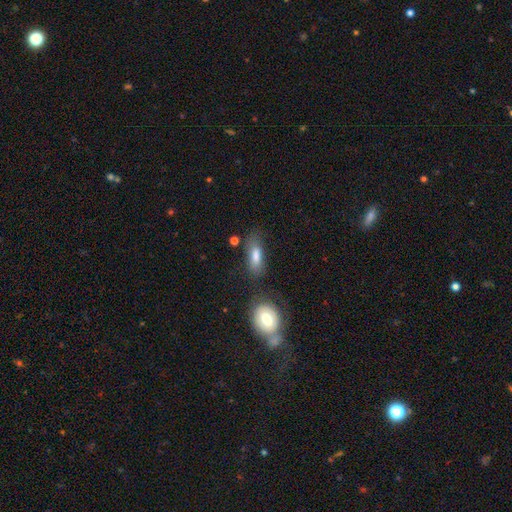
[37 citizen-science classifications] Smooth or featured? smooth (73%)
How rounded? in between (70%)
Merging? none (46%)